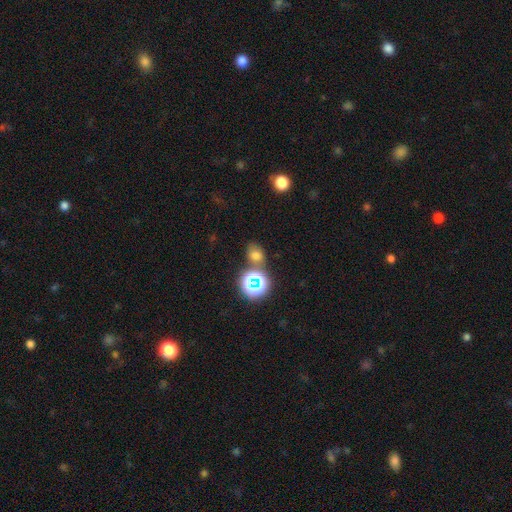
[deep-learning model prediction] Smooth or featured: smooth — 63% (star or artifact — 28%)
How rounded: in between — 53% (round — 45%)
Merging: none — 64% (merger — 17%)